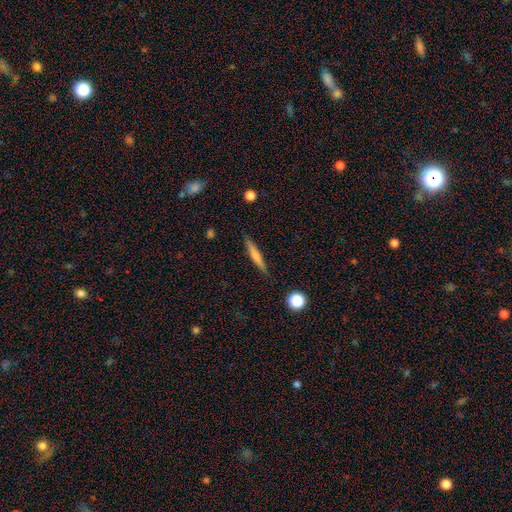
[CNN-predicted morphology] A smooth galaxy with no disk features (59%) that is cigar-shaped (92%).

Vote fractions:
- Smooth or featured? smooth: 59% / featured or disk: 34% / star or artifact: 7%
- How rounded? cigar-shaped: 92% / in between: 6% / round: 2%
- Merging? none: 88% / minor disturbance: 9% / major disturbance: 2% / merger: 1%